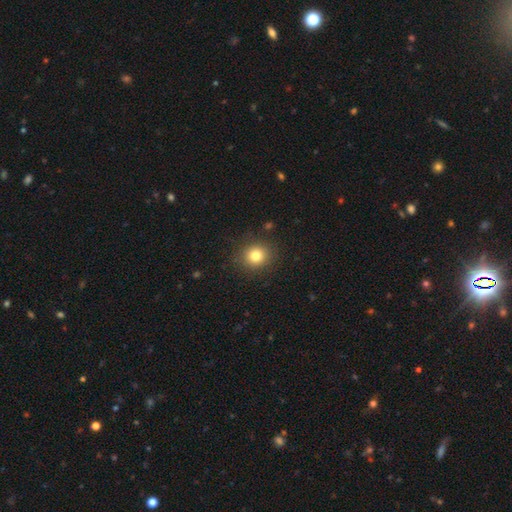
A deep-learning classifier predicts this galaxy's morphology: A smooth galaxy with no disk features (80%) that is round (86%). Merging: none (89%).